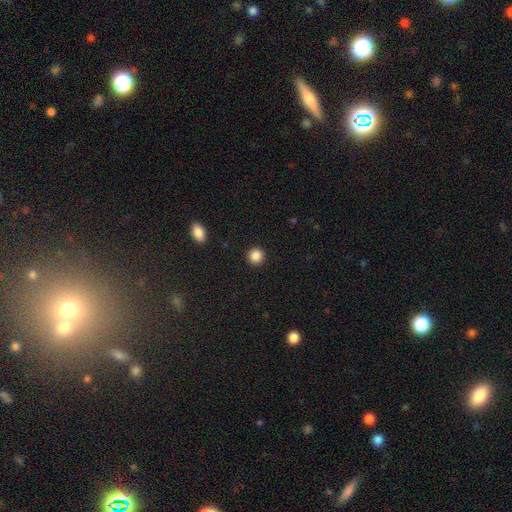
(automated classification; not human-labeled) This is clearly a smooth galaxy (87%). How rounded: clearly round (94%). Merging: clearly none (92%).